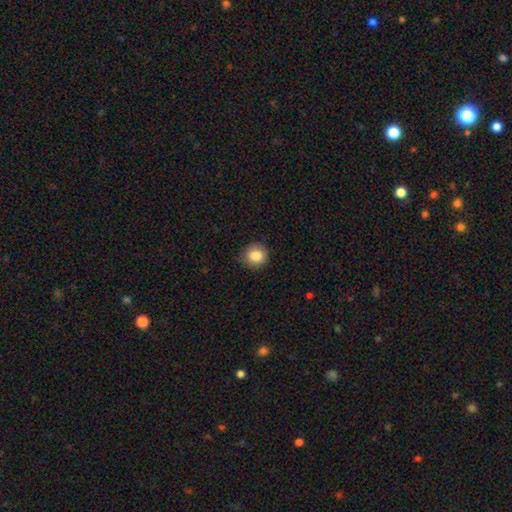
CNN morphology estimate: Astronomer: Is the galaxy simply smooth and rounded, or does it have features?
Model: smooth — 86%.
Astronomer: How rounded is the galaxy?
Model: round — 89%.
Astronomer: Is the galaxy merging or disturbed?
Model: none — 86%.